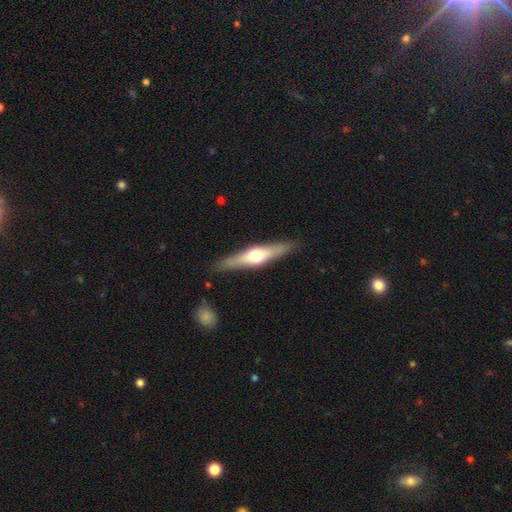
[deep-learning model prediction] This appears to be a featured or disk galaxy (58%) viewed edge-on (93%) with a rounded central bulge (92%). Merging: none (88%).